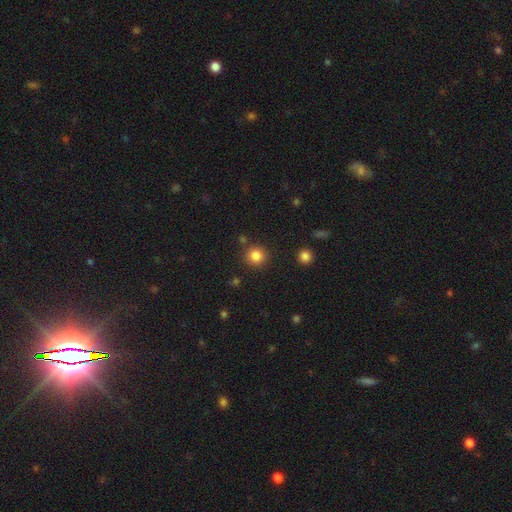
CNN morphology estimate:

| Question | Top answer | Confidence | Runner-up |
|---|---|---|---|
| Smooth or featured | smooth | 84% | star or artifact (11%) |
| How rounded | round | 92% | in between (7%) |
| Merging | none | 86% | minor disturbance (7%) |